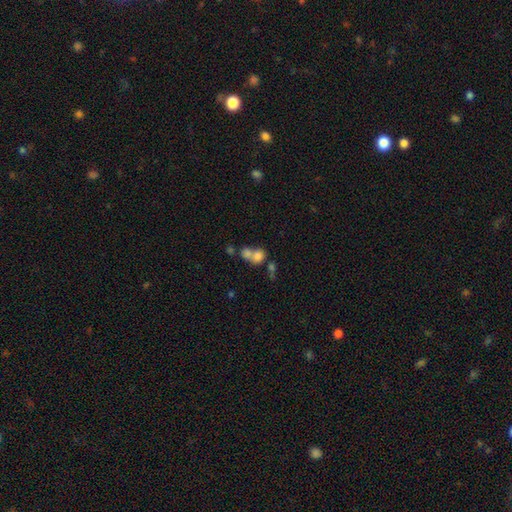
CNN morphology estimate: A smooth galaxy with no disk features (73%) that is round (58%). Merging: merger (66%).